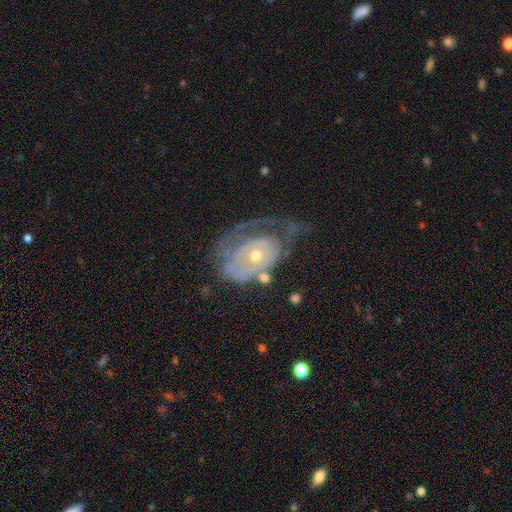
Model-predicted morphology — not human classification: A featured or disk galaxy (73%) with no bar (83%), spiral arms (65%) and a moderate central bulge (48%, tied with small).

Vote fractions:
- Smooth or featured? featured or disk: 73% / smooth: 20% / star or artifact: 7%
- Edge-on disk? no: 95% / yes: 5%
- Bar? no: 83% / weak: 14% / strong: 3%
- Spiral arms? yes: 65% / no: 35%
- Bulge size? moderate: 48% (tied) / small: 48% (tied) / large: 3% / none: 1% / dominant: 1%
- Merging? major disturbance: 43% / none: 29% / minor disturbance: 22% / merger: 6%